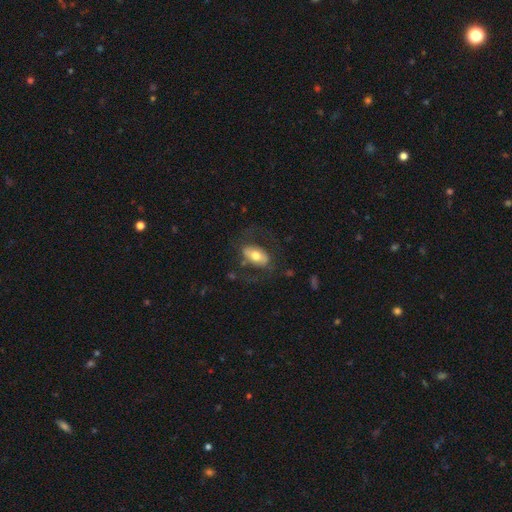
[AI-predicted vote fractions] Smooth or featured? Predicted: smooth (p=0.48). Merging? Predicted: none (p=0.64).